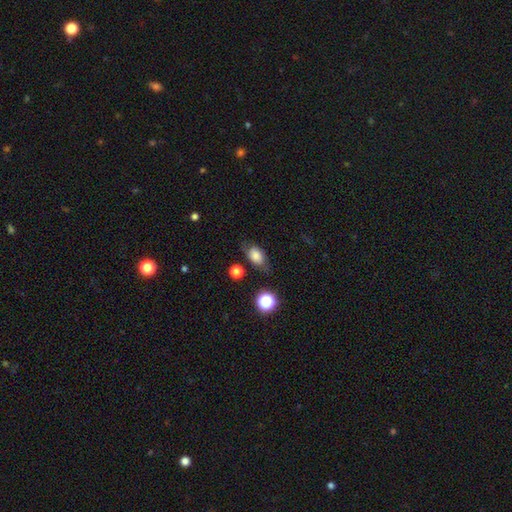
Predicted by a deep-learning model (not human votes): This appears to be a smooth galaxy with no disk features (75%) that is in between round and cigar-shaped (80%). Merging: none (66%).